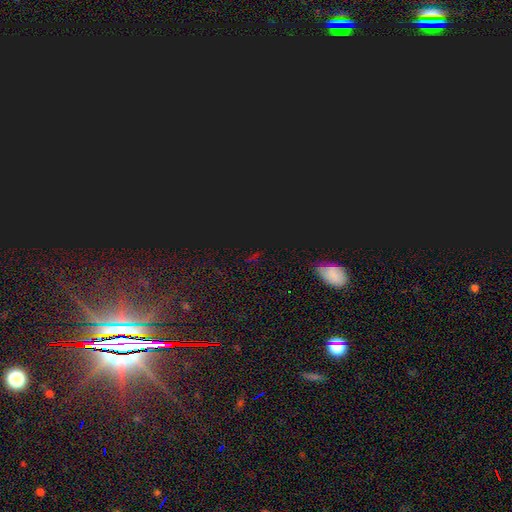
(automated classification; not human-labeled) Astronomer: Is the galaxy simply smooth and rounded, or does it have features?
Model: star or artifact — 81%.